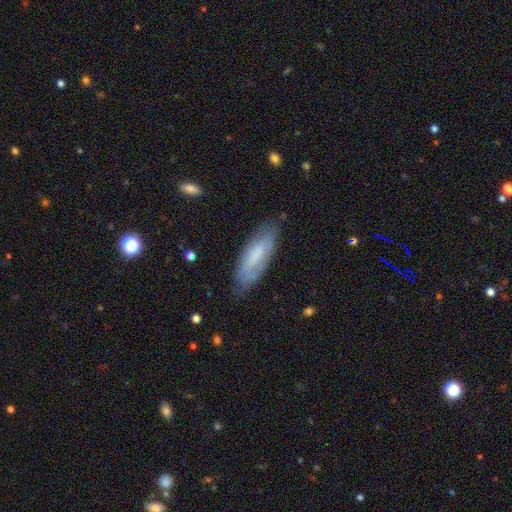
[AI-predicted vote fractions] smooth-or-featured: smooth: 57% | featured or disk: 36% | star or artifact: 7%
  how-rounded: in between: 60% | cigar-shaped: 38% | round: 2%
  merging: none: 72% | minor disturbance: 21% | major disturbance: 5% | merger: 2%